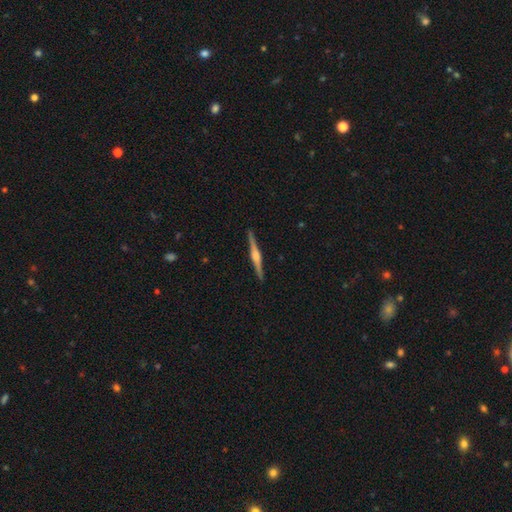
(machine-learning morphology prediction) smooth_or_featured: featured or disk (p=0.80) [alt: smooth p=0.14]
disk_edge_on: yes (p=0.99) [alt: no p=0.01]
edge_on_bulge: rounded (p=0.71) [alt: boxy p=0.22]
merging: none (p=0.92) [alt: minor disturbance p=0.05]